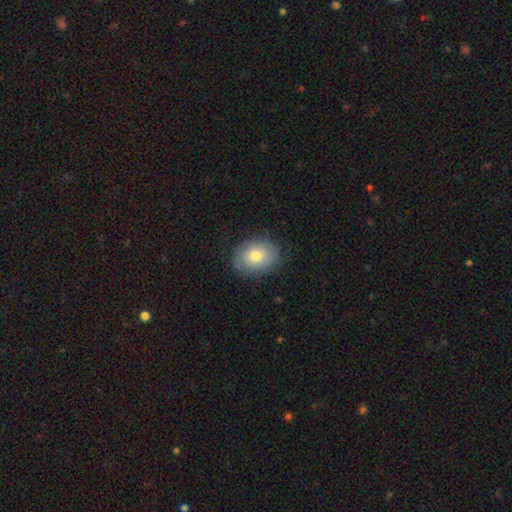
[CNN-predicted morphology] Smooth or featured? smooth (75%)
How rounded? in between (65%)
Merging? none (83%)